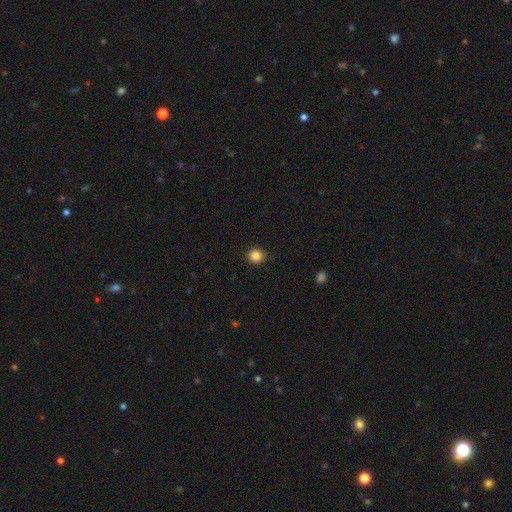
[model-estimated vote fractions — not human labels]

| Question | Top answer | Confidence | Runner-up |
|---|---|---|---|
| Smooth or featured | smooth | 84% | star or artifact (11%) |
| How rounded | round | 91% | in between (8%) |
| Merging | none | 92% | minor disturbance (5%) |